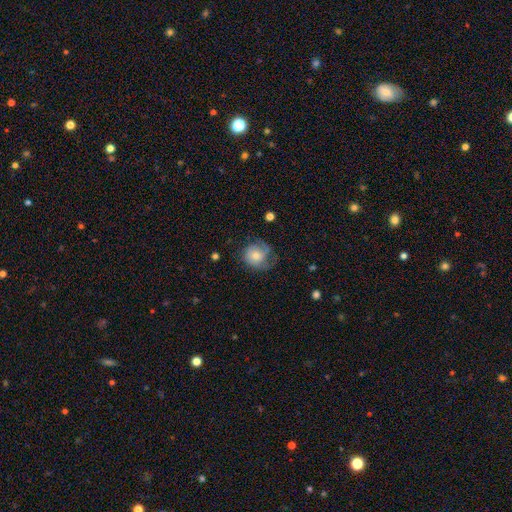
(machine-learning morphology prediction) The model was most divided on "smooth or featured": smooth: 51%, featured or disk: 41%, star or artifact: 8%. More confident: how rounded — round (78%); merging — none (52%).